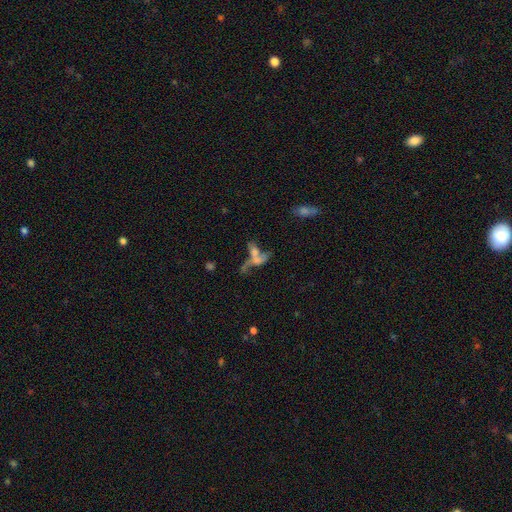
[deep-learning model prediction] Smooth or featured? featured or disk (44%)
Merging? merger (56%)